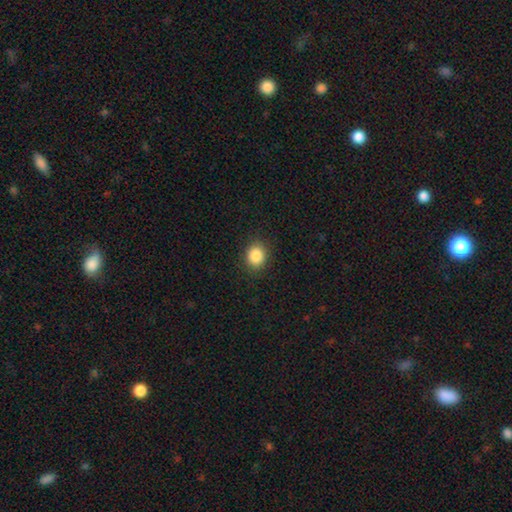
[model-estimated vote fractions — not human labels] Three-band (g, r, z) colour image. It shows a smooth galaxy with no disk features (86%) that is round (67%). Merging: none (89%).